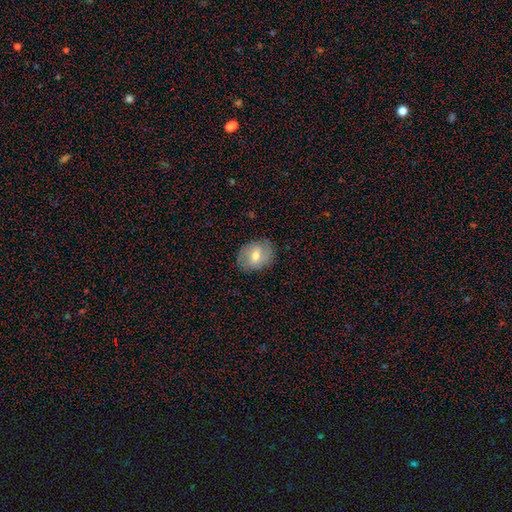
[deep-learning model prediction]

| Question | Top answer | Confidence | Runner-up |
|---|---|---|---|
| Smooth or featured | smooth | 51% | featured or disk (41%) |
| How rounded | in between | 57% | round (42%) |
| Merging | none | 80% | minor disturbance (15%) |